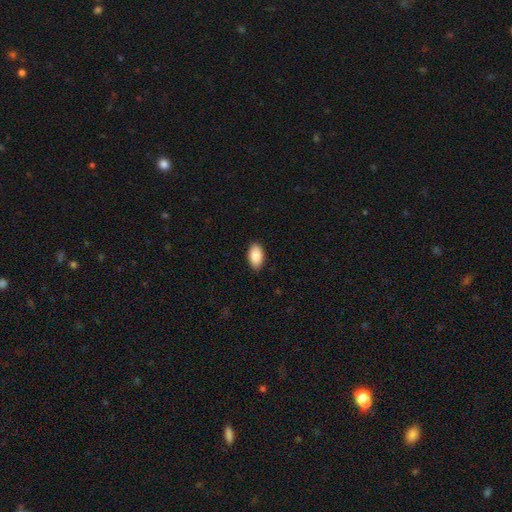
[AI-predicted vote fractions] smooth 90%, star or artifact 6%, featured or disk 4%. Down the decision tree: how rounded — in between (95%); merging — none (87%).